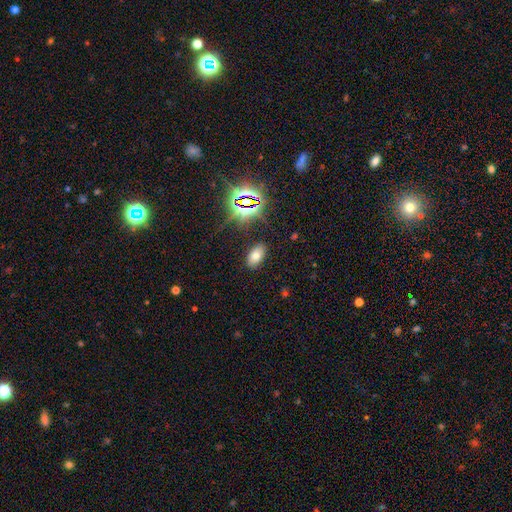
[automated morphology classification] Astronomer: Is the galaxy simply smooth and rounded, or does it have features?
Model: smooth — 64%.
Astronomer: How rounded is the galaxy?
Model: in between — 92%.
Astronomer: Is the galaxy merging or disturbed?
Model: none — 87%.